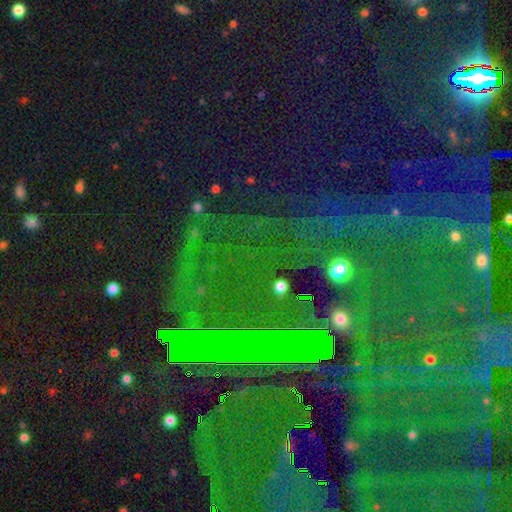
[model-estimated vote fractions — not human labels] star or artifact 85%, featured or disk 7%, smooth 7%.